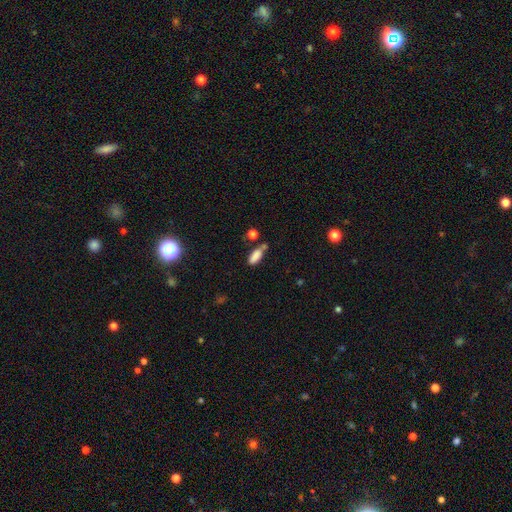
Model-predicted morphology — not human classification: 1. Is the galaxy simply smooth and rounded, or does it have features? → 83% smooth, 10% star or artifact, 7% featured or disk.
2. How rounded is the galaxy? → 79% in between, 18% cigar-shaped, 3% round.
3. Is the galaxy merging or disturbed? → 49% none, 23% merger, 21% minor disturbance, 7% major disturbance.